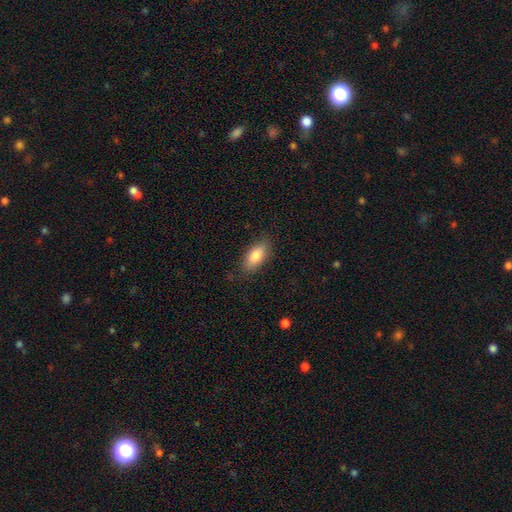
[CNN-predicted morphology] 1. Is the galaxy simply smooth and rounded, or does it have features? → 82% smooth, 12% featured or disk, 7% star or artifact.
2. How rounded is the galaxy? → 83% in between, 14% cigar-shaped, 3% round.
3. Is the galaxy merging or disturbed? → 84% none, 12% minor disturbance, 3% major disturbance, 1% merger.